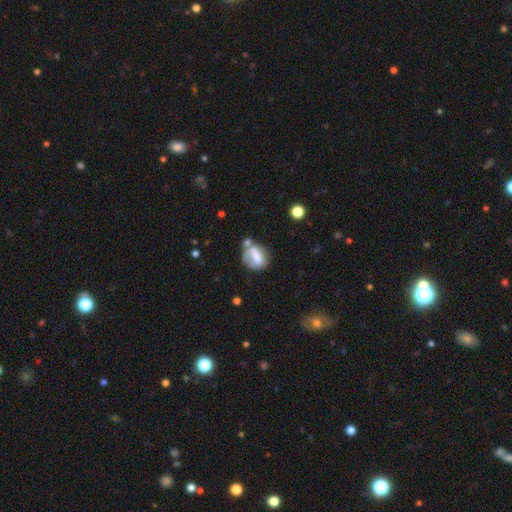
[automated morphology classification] A smooth galaxy with no disk features (58%) that is in between round and cigar-shaped (56%).

Vote fractions:
- Smooth or featured? smooth: 58% / featured or disk: 33% / star or artifact: 9%
- How rounded? in between: 56% / round: 38% / cigar-shaped: 6%
- Merging? none: 38% / merger: 24% / minor disturbance: 23% / major disturbance: 15%